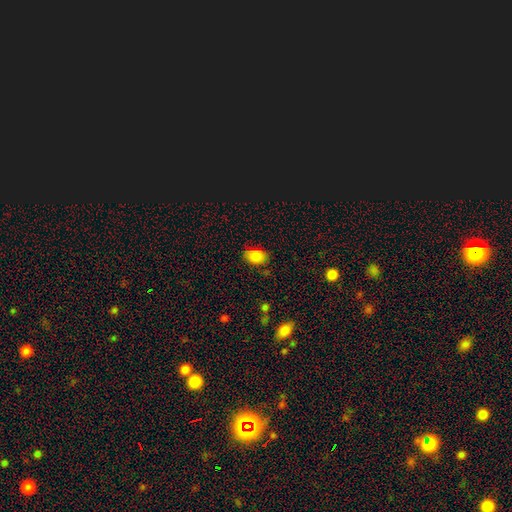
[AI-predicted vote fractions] The model was most divided on "how rounded": in between: 77%, round: 22%, cigar-shaped: 1%. More confident: smooth or featured — smooth (84%); merging — none (77%).